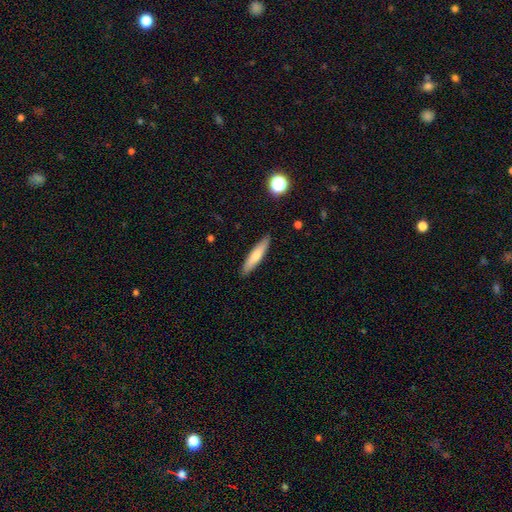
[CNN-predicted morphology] smooth_or_featured: smooth (p=0.71) [alt: featured or disk p=0.23]
how_rounded: cigar-shaped (p=0.84) [alt: in between p=0.15]
merging: none (p=0.88) [alt: minor disturbance p=0.09]